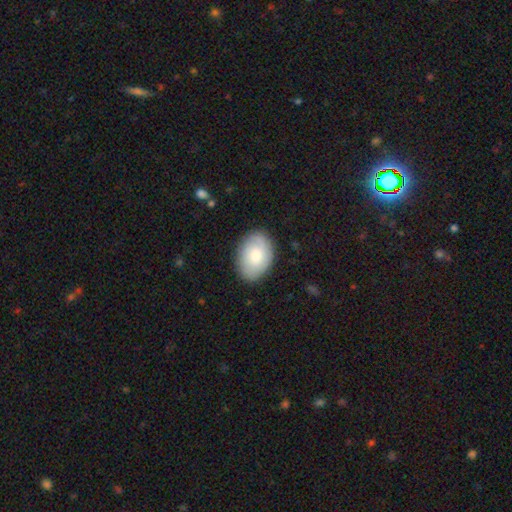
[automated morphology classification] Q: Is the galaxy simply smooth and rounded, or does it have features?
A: smooth — 64%.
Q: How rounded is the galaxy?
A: in between — 81%.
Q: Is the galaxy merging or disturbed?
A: none — 85%.